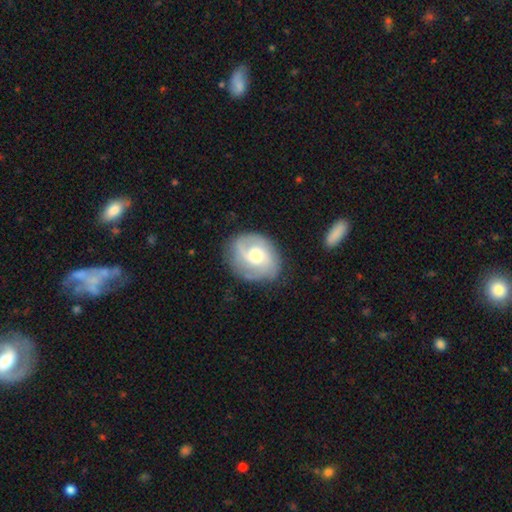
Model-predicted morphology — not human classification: Smooth or featured? Predicted: featured or disk (p=0.78). Edge-on disk? Predicted: no (p=0.98). Bar? Predicted: no (p=0.61). Spiral arms? Predicted: yes (p=0.94). Spiral winding? Predicted: medium (p=0.43). Spiral arm count? Predicted: 2 (p=0.50). Bulge size? Predicted: moderate (p=0.64). Merging? Predicted: none (p=0.75).